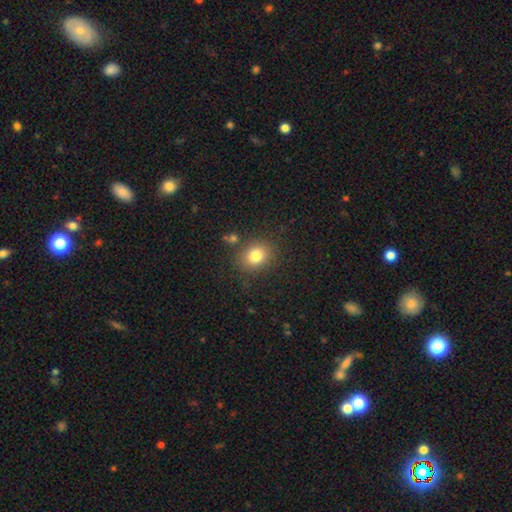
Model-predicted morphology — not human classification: smooth 80%, star or artifact 12%, featured or disk 8%. Down the decision tree: how rounded — round (62%); merging — none (82%).